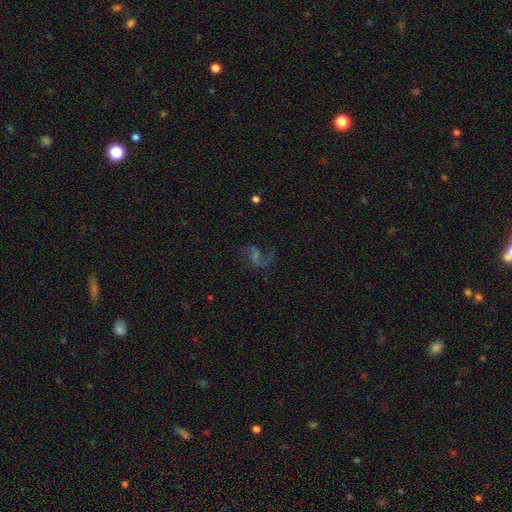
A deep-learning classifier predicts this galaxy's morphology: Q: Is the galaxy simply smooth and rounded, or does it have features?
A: featured or disk — 70%.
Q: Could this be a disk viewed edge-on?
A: no — 97%.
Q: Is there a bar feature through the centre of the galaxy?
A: weak — 47%.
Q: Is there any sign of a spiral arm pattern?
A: yes — 93%.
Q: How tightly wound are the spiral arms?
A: loose — 59%.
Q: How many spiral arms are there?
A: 2 — 76%.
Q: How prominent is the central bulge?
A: small — 37%.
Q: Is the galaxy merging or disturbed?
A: none — 62%.